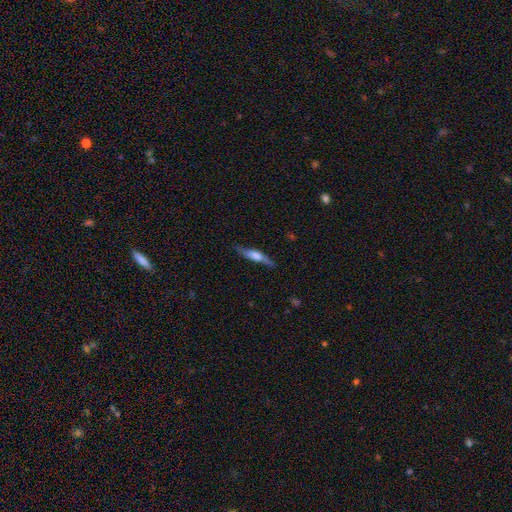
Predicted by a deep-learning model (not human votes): This is possibly a featured or disk galaxy (53%). It is clearly viewed edge-on (89%). Merging: likely none (77%).